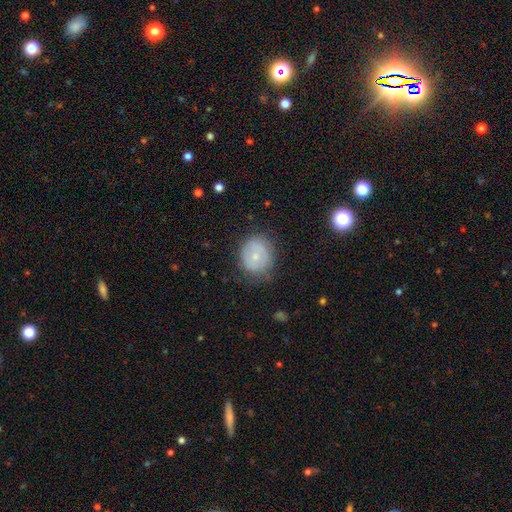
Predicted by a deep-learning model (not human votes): Smooth or featured? Predicted: smooth (p=0.59). How rounded? Predicted: round (p=0.67). Merging? Predicted: none (p=0.69).